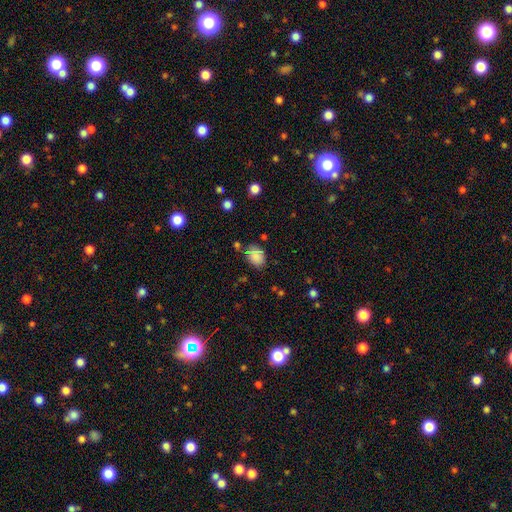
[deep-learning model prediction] A smooth galaxy with no disk features (82%) that is in between round and cigar-shaped (58%).

Vote fractions:
- Smooth or featured? smooth: 82% / star or artifact: 11% / featured or disk: 7%
- How rounded? in between: 58% / round: 41% / cigar-shaped: 1%
- Merging? none: 67% / minor disturbance: 20% / merger: 8% / major disturbance: 5%